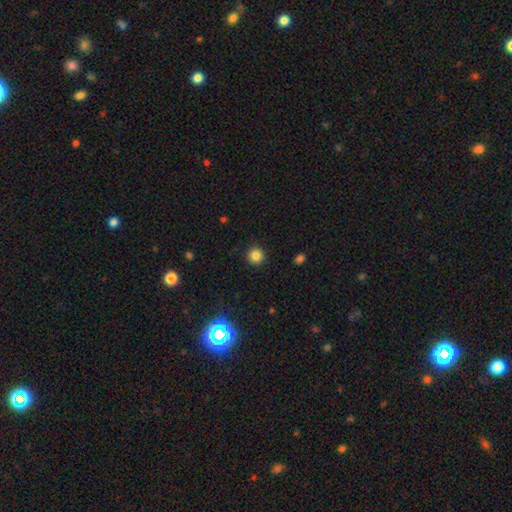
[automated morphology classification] Smooth or featured?
  - smooth: 84% *
  - star or artifact: 12%
  - featured or disk: 4%
How rounded?
  - round: 93% *
  - in between: 6%
  - cigar-shaped: 1%
Merging?
  - none: 92% *
  - minor disturbance: 5%
  - major disturbance: 2%
  - merger: 1%